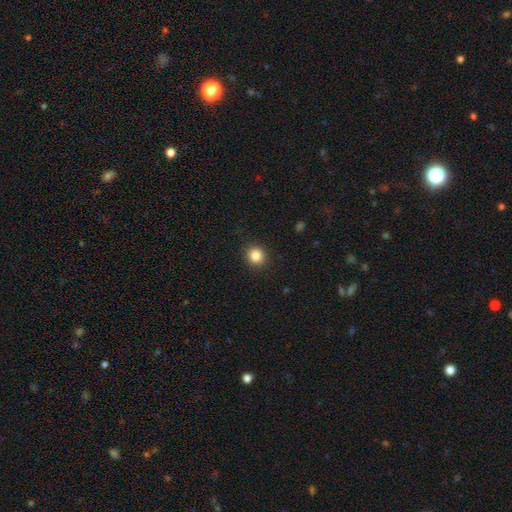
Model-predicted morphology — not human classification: A smooth galaxy with no disk features (85%) that is round (88%). Merging: none (91%).